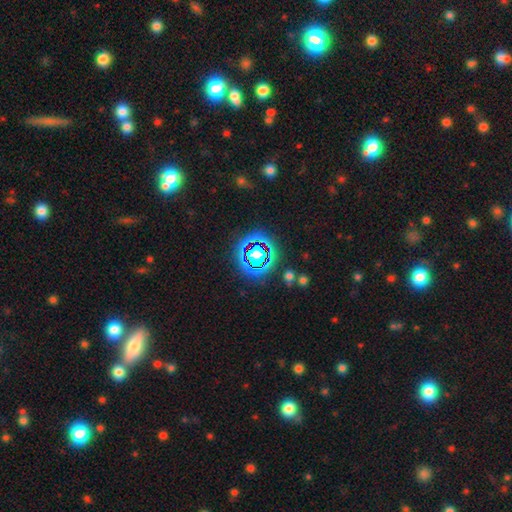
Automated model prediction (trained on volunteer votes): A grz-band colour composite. It shows a star or artifact, not a galaxy (74%).